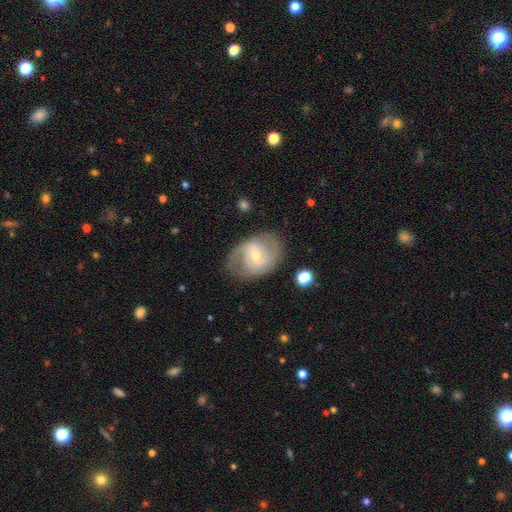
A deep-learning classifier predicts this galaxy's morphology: Smooth or featured? Predicted: featured or disk (p=0.69). Edge-on disk? Predicted: no (p=0.95). Bar? Predicted: weak (p=0.46). Spiral arms? Predicted: yes (p=0.73). Bulge size? Predicted: small (p=0.53). Merging? Predicted: none (p=0.70).